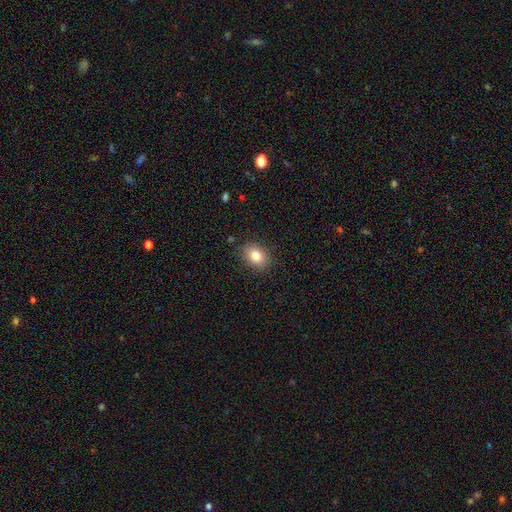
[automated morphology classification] Q: Smooth or featured?
A: smooth (81%); runner-up: star or artifact (10%)
Q: How rounded?
A: in between (69%); runner-up: round (30%)
Q: Merging?
A: none (87%); runner-up: minor disturbance (9%)